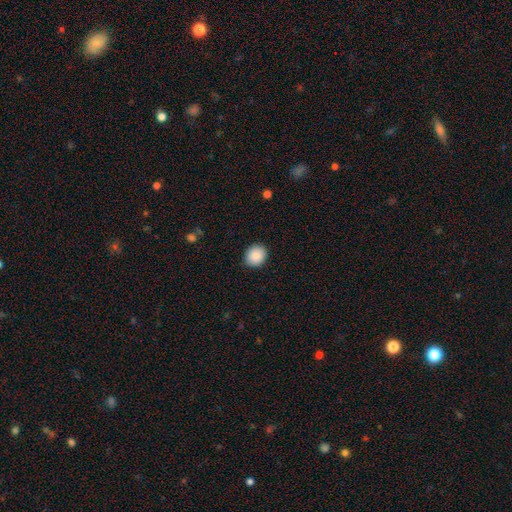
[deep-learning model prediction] Smooth or featured? Predicted: smooth (p=0.89). How rounded? Predicted: round (p=0.71). Merging? Predicted: none (p=0.88).